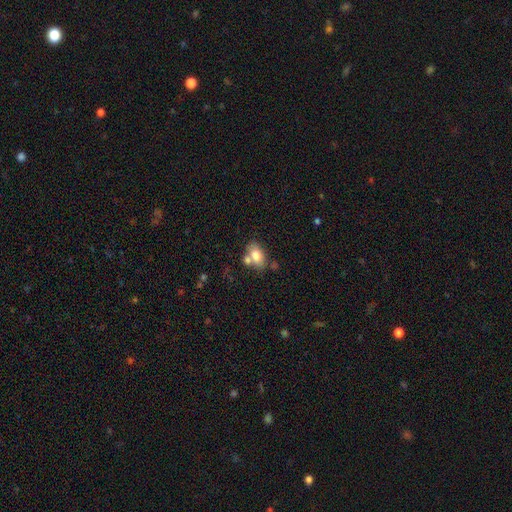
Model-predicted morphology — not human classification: The model was most divided on "merging": none: 52%, merger: 29%, minor disturbance: 15%, major disturbance: 5%. More confident: how rounded — in between (85%); smooth or featured — smooth (75%).